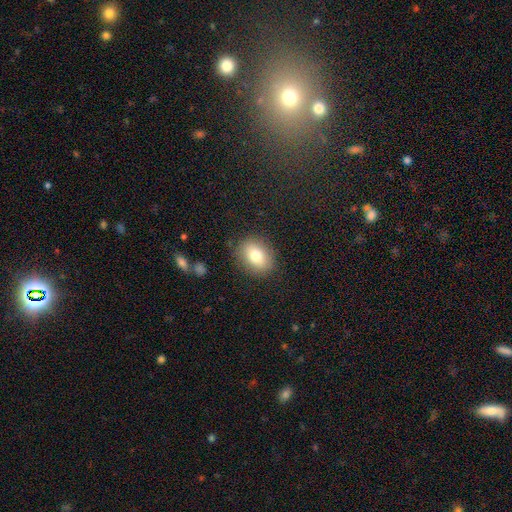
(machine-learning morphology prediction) type=smooth (77%); roundness=in between (67%); merging=none (84%).